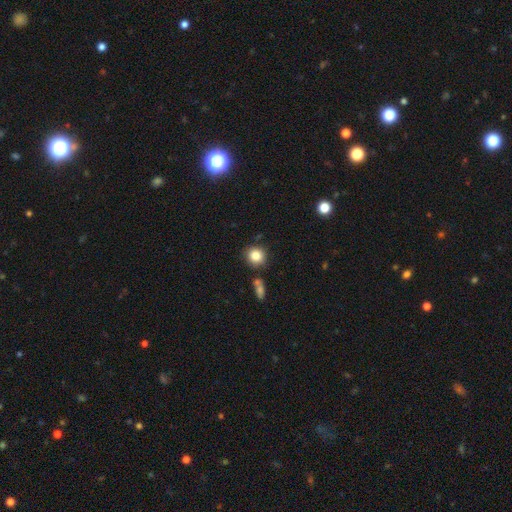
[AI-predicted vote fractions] Q: Smooth or featured?
A: smooth (84%); runner-up: star or artifact (10%)
Q: How rounded?
A: round (88%); runner-up: in between (11%)
Q: Merging?
A: none (80%); runner-up: minor disturbance (10%)